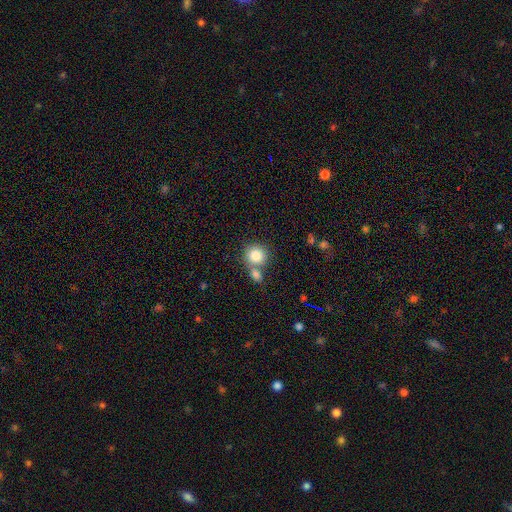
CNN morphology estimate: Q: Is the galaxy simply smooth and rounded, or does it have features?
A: smooth — 83%.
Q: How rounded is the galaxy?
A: round — 86%.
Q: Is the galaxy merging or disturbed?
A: none — 48%.